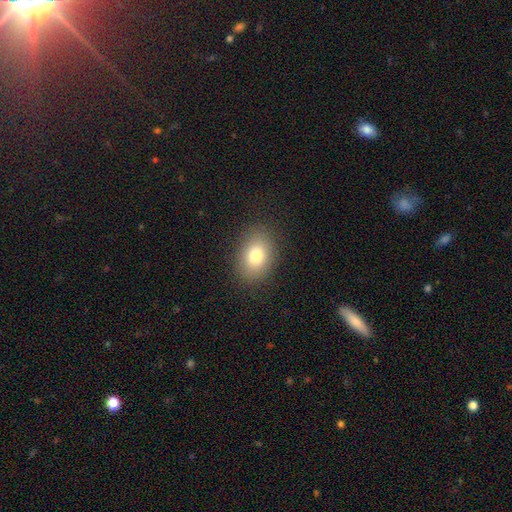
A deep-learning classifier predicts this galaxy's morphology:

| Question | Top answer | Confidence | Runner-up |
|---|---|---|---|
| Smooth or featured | smooth | 79% | star or artifact (11%) |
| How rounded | in between | 70% | round (29%) |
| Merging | none | 87% | minor disturbance (8%) |